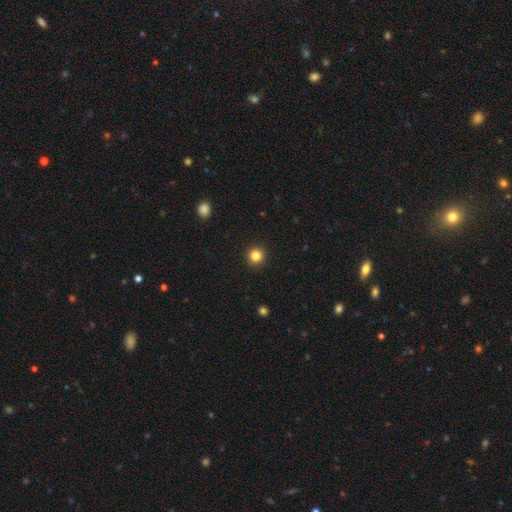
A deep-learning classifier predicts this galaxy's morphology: smooth_or_featured: smooth (p=0.84) [alt: star or artifact p=0.12]
how_rounded: round (p=0.94) [alt: in between p=0.05]
merging: none (p=0.93) [alt: minor disturbance p=0.04]